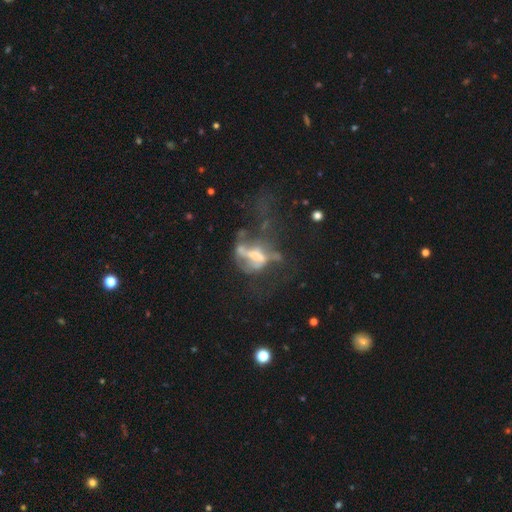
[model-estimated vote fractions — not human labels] This appears to be a featured or disk galaxy (62%) with no bar (49%), no spiral arms (73%) and no central bulge (33%). Merging: major disturbance (48%).